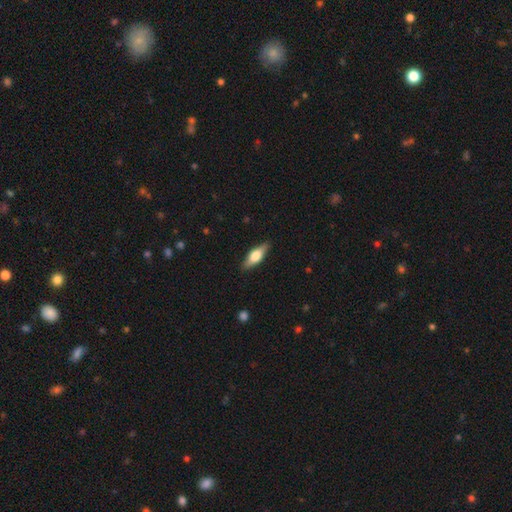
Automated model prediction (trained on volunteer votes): This appears to be a smooth galaxy with no disk features (51%) that is in between round and cigar-shaped (58%). Merging: none (87%).